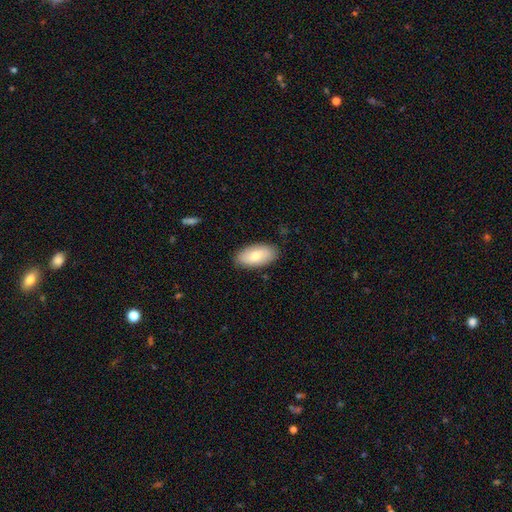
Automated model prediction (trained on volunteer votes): smooth 76%, featured or disk 19%, star or artifact 6%. Down the decision tree: how rounded — in between (94%); merging — none (87%).